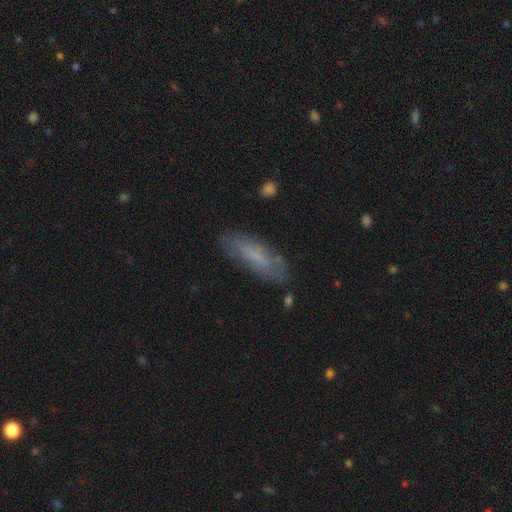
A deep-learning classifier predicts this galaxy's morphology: smooth_or_featured: smooth (p=0.63) [alt: featured or disk p=0.29]
how_rounded: in between (p=0.51) [alt: cigar-shaped p=0.47]
merging: none (p=0.75) [alt: minor disturbance p=0.18]